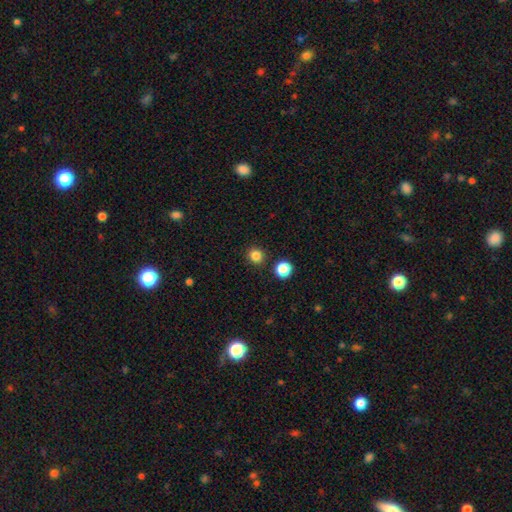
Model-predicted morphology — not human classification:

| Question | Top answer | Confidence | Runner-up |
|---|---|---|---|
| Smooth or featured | smooth | 84% | star or artifact (13%) |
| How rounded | round | 91% | in between (8%) |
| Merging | none | 90% | minor disturbance (5%) |